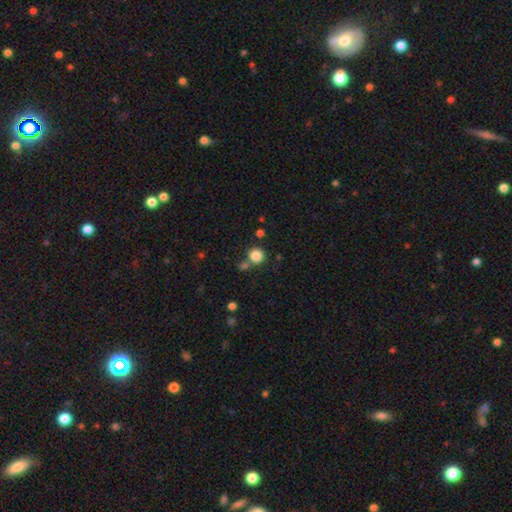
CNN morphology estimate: Smooth or featured? Predicted: smooth (p=0.84). How rounded? Predicted: round (p=0.92). Merging? Predicted: none (p=0.72).